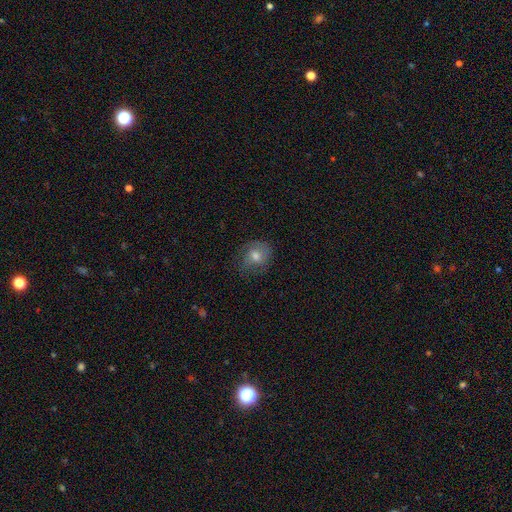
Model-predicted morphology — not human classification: This appears to be a smooth galaxy with no disk features (58%) that is round (69%). Merging: none (69%).